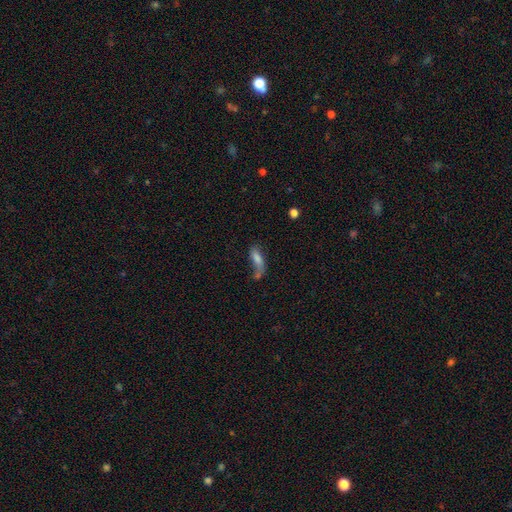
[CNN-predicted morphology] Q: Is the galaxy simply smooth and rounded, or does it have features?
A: smooth — 54%.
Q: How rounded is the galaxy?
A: in between — 58%.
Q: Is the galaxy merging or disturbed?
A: none — 36%.